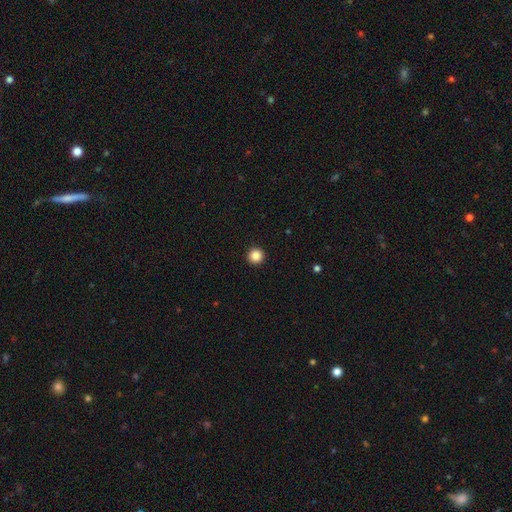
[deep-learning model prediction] Smooth or featured? Predicted: smooth (p=0.86). How rounded? Predicted: round (p=0.96). Merging? Predicted: none (p=0.94).